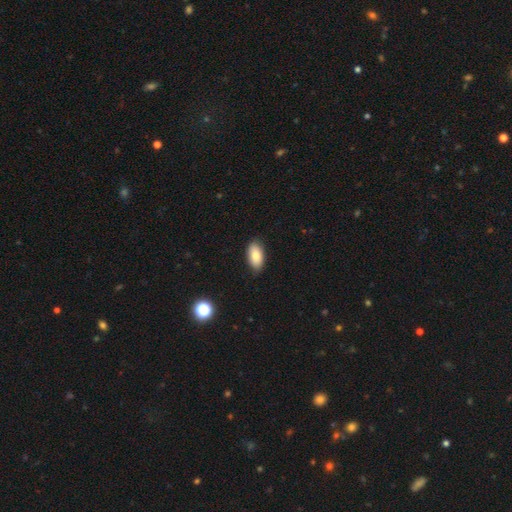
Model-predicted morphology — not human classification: Q: Smooth or featured?
A: smooth (81%); runner-up: featured or disk (12%)
Q: How rounded?
A: in between (92%); runner-up: cigar-shaped (5%)
Q: Merging?
A: none (86%); runner-up: minor disturbance (10%)